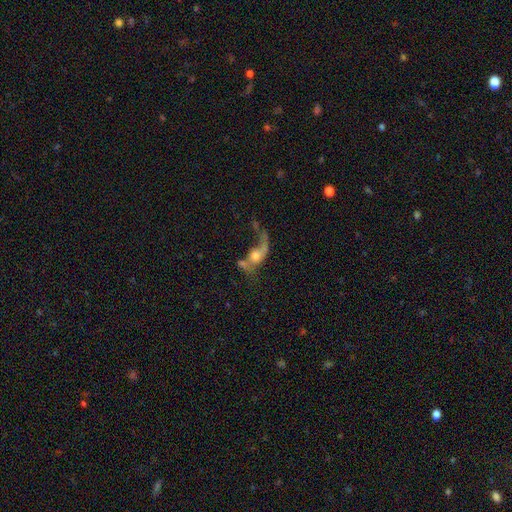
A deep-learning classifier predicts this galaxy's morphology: A featured or disk galaxy (63%) with no bar (74%), spiral arms (69%) and a moderate central bulge (51%). Merging: major disturbance (35%).